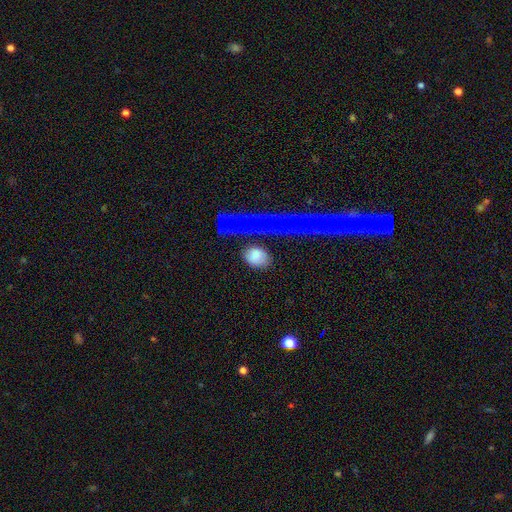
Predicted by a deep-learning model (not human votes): smooth_or_featured: smooth (p=0.79) [alt: star or artifact p=0.12]
how_rounded: in between (p=0.48) [tied with: round p=0.48]
merging: none (p=0.75) [alt: minor disturbance p=0.16]